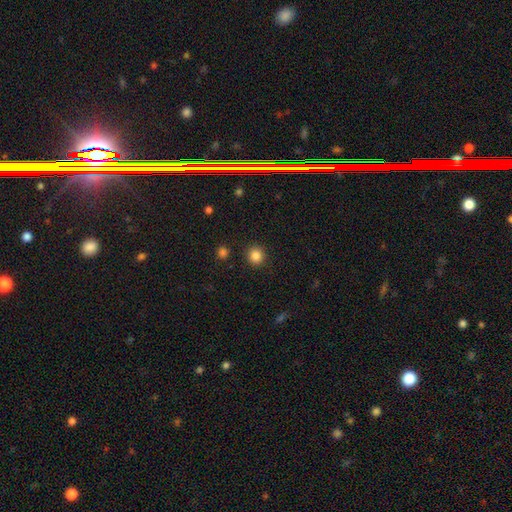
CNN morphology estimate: The model was most divided on "smooth or featured": smooth: 85%, star or artifact: 11%, featured or disk: 4%. More confident: how rounded — round (92%); merging — none (91%).